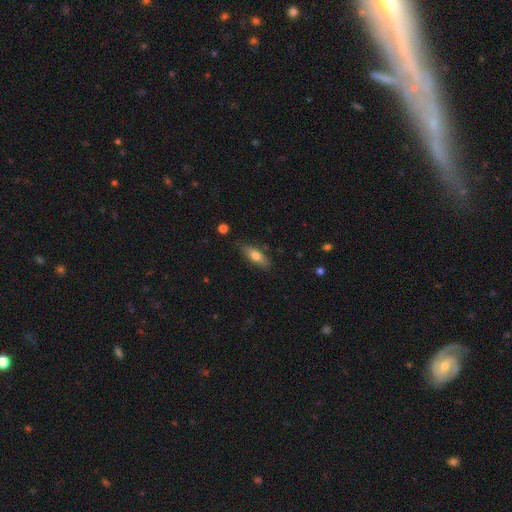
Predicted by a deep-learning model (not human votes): The model was most divided on "how rounded": in between: 59%, cigar-shaped: 38%, round: 3%. More confident: merging — none (79%); smooth or featured — smooth (70%).